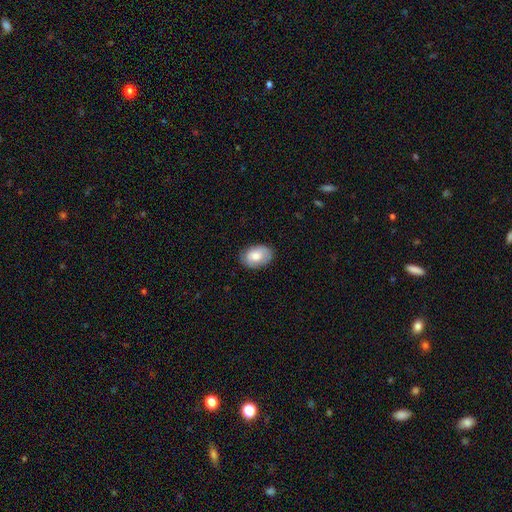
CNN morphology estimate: Smooth or featured: smooth — 75% (featured or disk — 19%)
How rounded: in between — 85% (round — 14%)
Merging: none — 79% (minor disturbance — 17%)